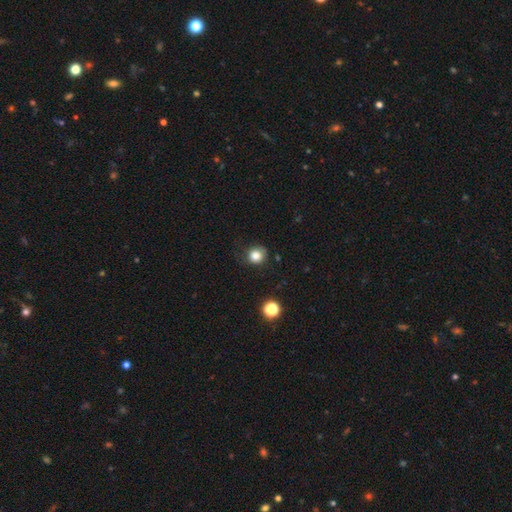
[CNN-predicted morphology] Overall: smooth (81%). How rounded: round (88%). Merging: none (75%).